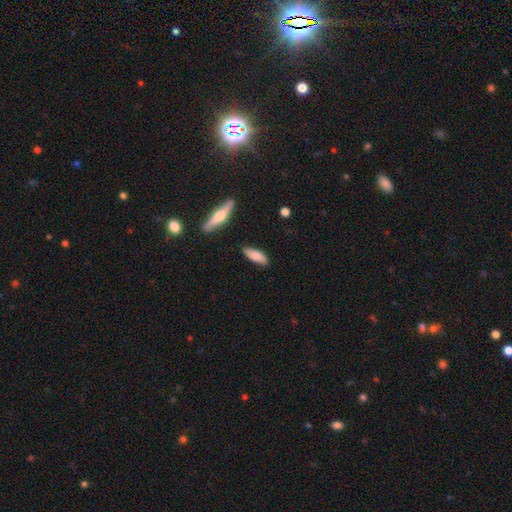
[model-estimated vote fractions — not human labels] Smooth or featured: smooth — 75% (featured or disk — 20%)
How rounded: in between — 57% (cigar-shaped — 40%)
Merging: none — 85% (minor disturbance — 11%)